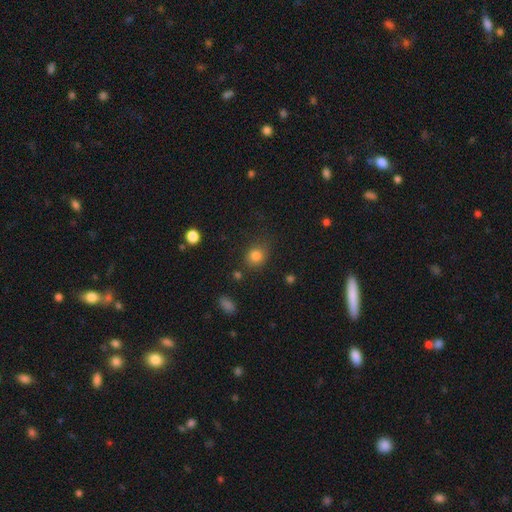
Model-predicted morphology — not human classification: A smooth galaxy with no disk features (81%) that is round (73%). Merging: none (74%).